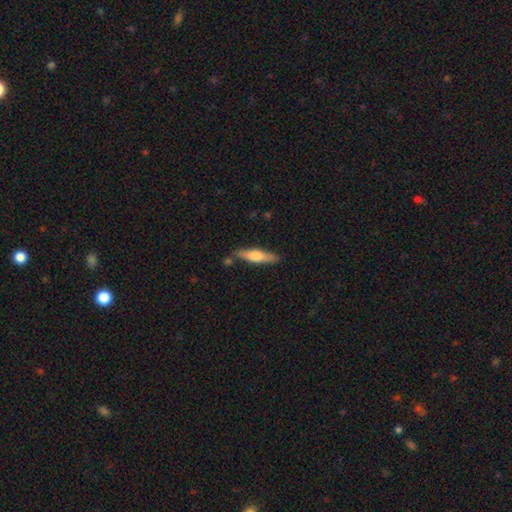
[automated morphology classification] This is possibly a smooth galaxy (55%). How rounded: likely cigar-shaped (75%). Merging: likely none (79%).